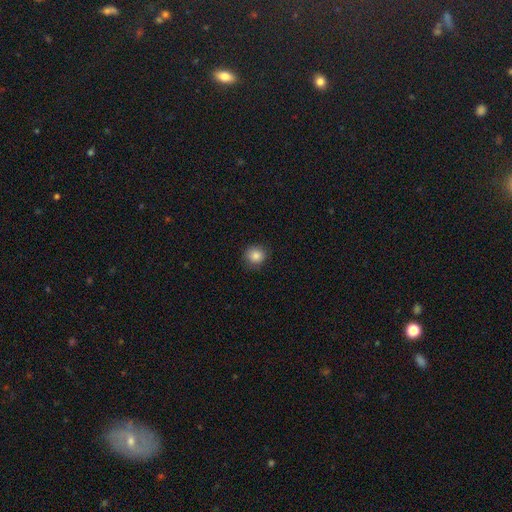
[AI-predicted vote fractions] smooth 85%, star or artifact 10%, featured or disk 5%. Down the decision tree: how rounded — round (89%); merging — none (85%).